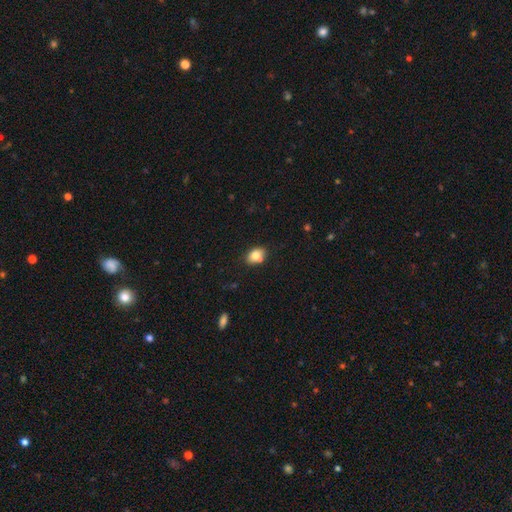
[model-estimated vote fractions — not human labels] A smooth galaxy with no disk features (78%) that is in between round and cigar-shaped (70%).

Vote fractions:
- Smooth or featured? smooth: 78% / featured or disk: 13% / star or artifact: 9%
- How rounded? in between: 70% / round: 28% / cigar-shaped: 1%
- Merging? none: 68% / minor disturbance: 16% / merger: 12% / major disturbance: 3%